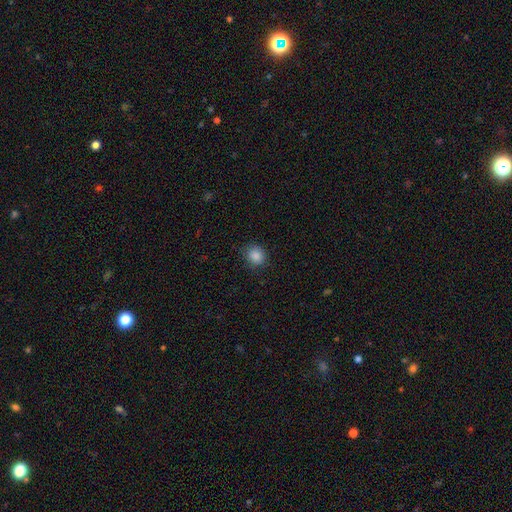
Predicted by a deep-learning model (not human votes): Smooth or featured? smooth (87%)
How rounded? round (75%)
Merging? none (84%)